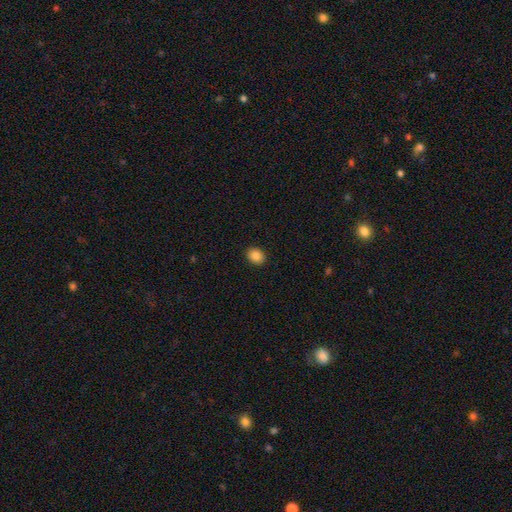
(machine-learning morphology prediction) This is clearly a smooth galaxy (86%). How rounded: possibly round (51%). Merging: clearly none (91%).